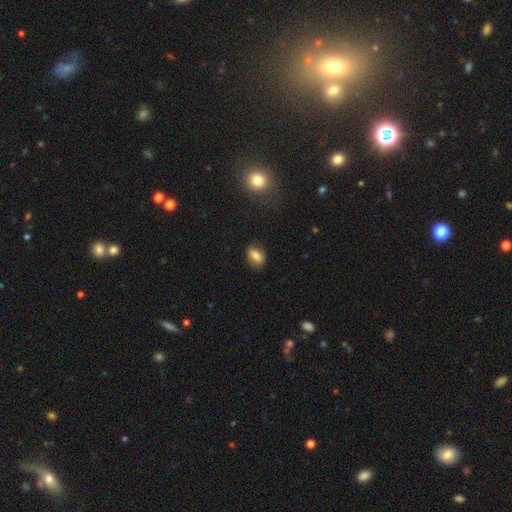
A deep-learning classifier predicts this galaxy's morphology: smooth 78%, featured or disk 13%, star or artifact 9%. Down the decision tree: how rounded — in between (80%); merging — none (81%).